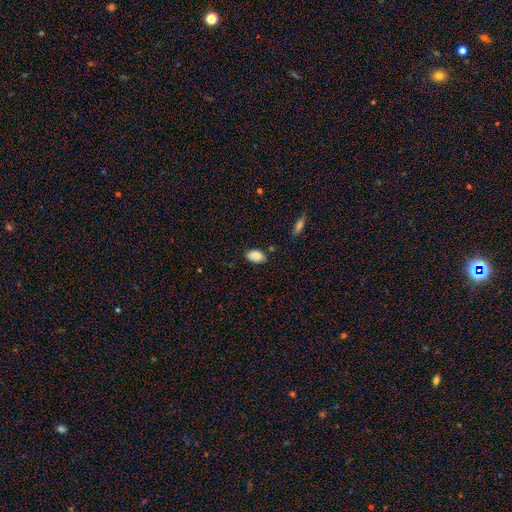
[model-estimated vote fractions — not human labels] A smooth galaxy with no disk features (87%) that is in between round and cigar-shaped (92%). Merging: none (76%).